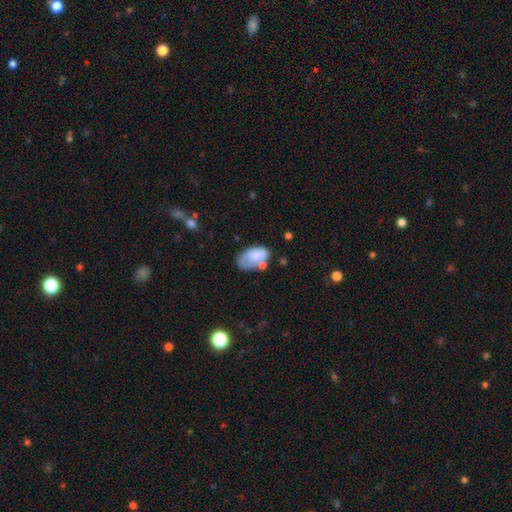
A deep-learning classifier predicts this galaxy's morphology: A smooth galaxy with no disk features (75%) that is in between round and cigar-shaped (94%).

Vote fractions:
- Smooth or featured? smooth: 75% / featured or disk: 18% / star or artifact: 8%
- How rounded? in between: 94% / round: 5% / cigar-shaped: 2%
- Merging? none: 44% / minor disturbance: 28% / merger: 14% / major disturbance: 14%